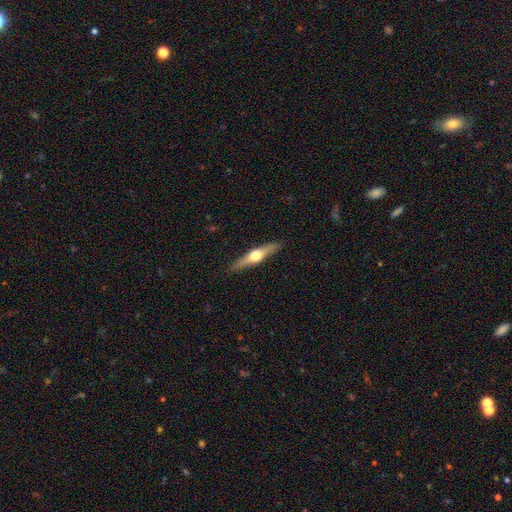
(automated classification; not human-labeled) Smooth or featured?
  - featured or disk: 65% *
  - smooth: 30%
  - star or artifact: 5%
Edge-on disk?
  - yes: 95% *
  - no: 5%
Edge-on bulge?
  - rounded: 95% *
  - boxy: 3%
  - none: 2%
Merging?
  - none: 89% *
  - minor disturbance: 8%
  - major disturbance: 2%
  - merger: 1%